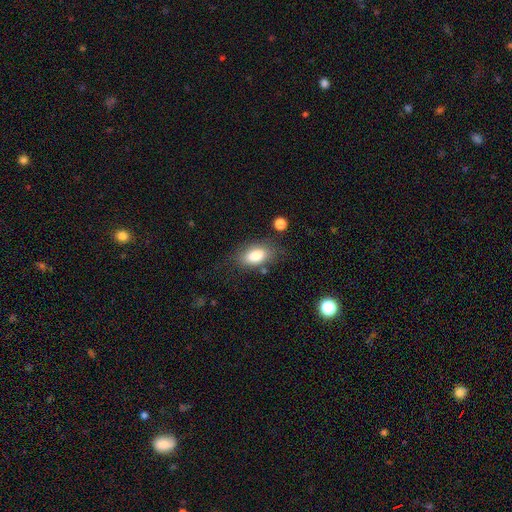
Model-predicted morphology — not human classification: Smooth or featured? smooth (83%)
How rounded? in between (91%)
Merging? none (71%)